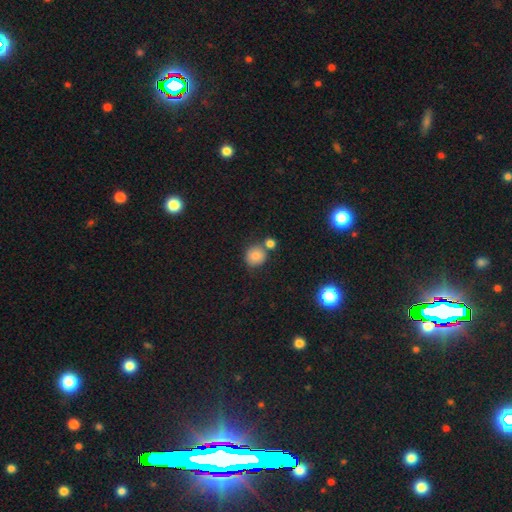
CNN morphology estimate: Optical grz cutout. It shows a smooth galaxy with no disk features (82%) that is round (85%). Merging: none (65%).